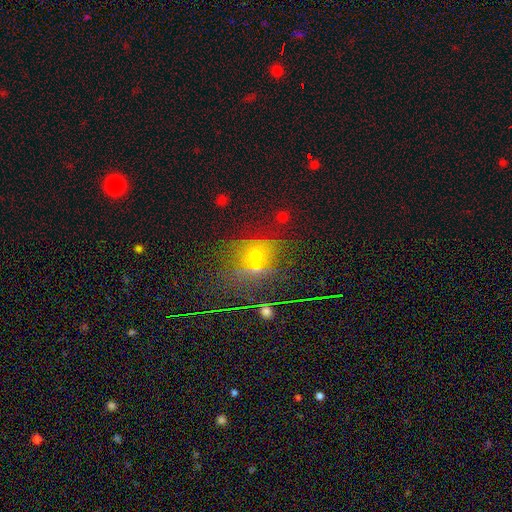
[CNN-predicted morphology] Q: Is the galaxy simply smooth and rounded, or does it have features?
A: star or artifact — 43%.